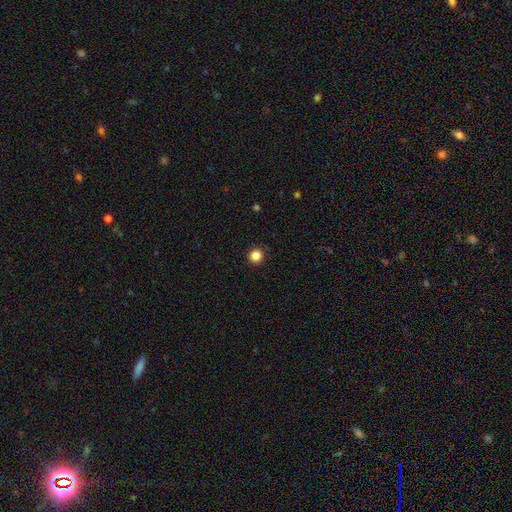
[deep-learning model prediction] smooth 85%, star or artifact 12%, featured or disk 3%. Down the decision tree: how rounded — round (95%); merging — none (93%).